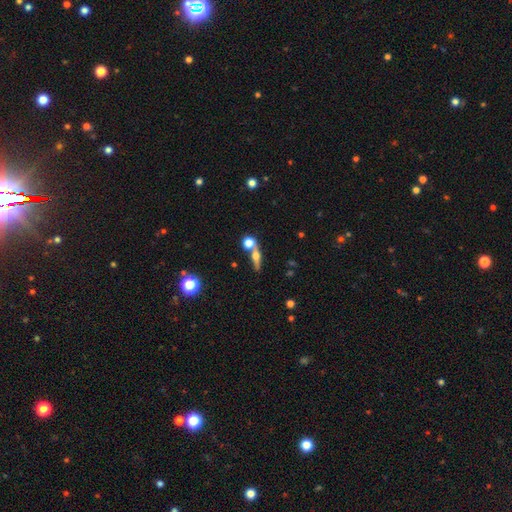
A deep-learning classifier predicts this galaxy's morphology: The model was most divided on "smooth or featured": featured or disk: 47%, smooth: 41%, star or artifact: 12%. More confident: merging — none (51%).